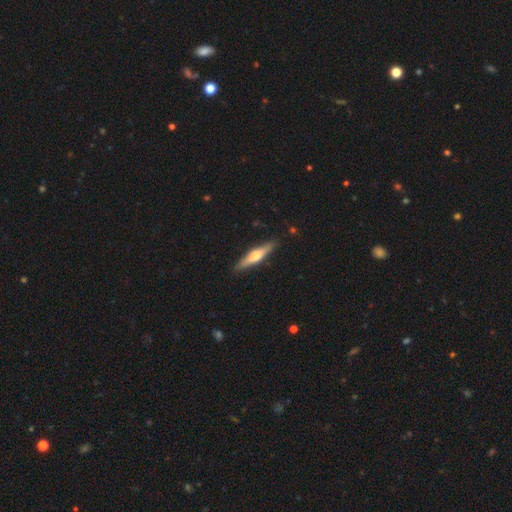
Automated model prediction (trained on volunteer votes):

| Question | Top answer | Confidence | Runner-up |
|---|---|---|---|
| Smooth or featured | featured or disk | 61% | smooth (34%) |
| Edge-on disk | yes | 97% | no (3%) |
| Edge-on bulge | rounded | 85% | boxy (10%) |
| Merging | none | 89% | minor disturbance (8%) |